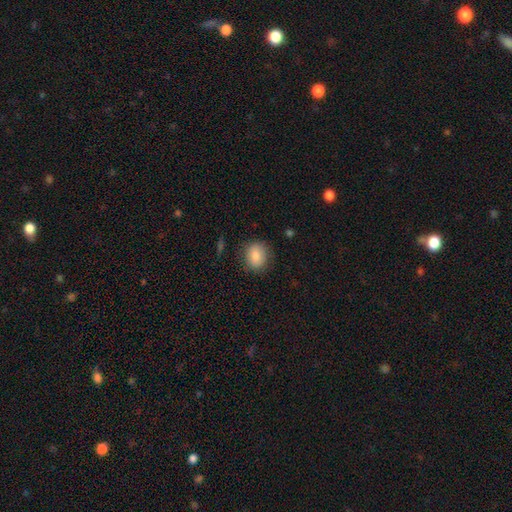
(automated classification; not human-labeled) Morphology: type=smooth (83%); roundness=round (64%); merging=none (82%).